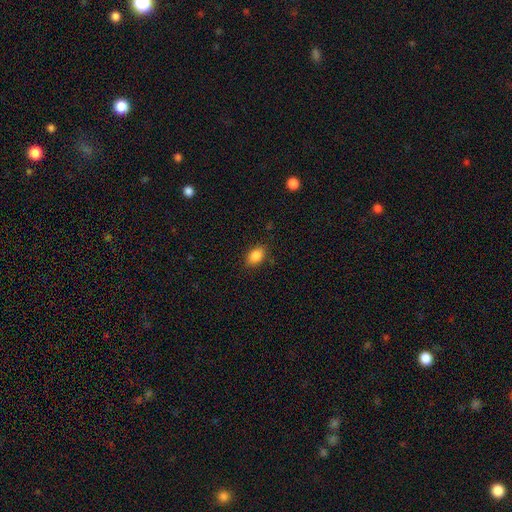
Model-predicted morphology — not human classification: Overall: smooth (87%). How rounded: in between (81%). Merging: none (84%).